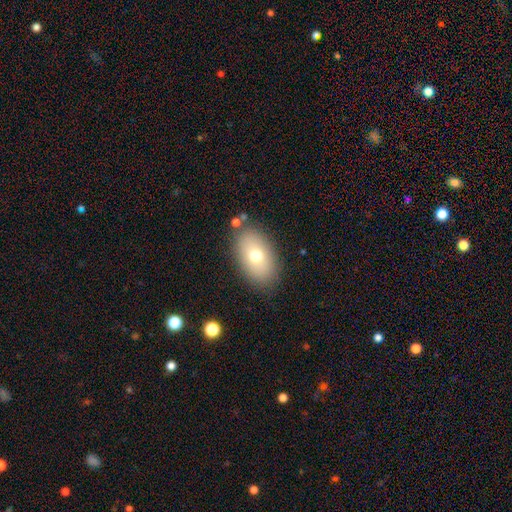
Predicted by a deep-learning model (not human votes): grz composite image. It shows a smooth galaxy with no disk features (71%) that is in between round and cigar-shaped (89%). Merging: none (82%).